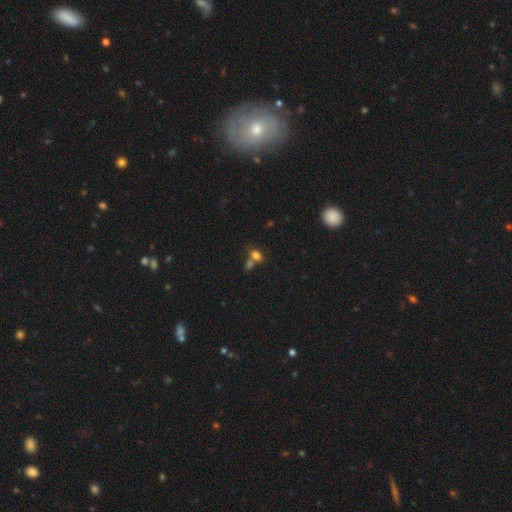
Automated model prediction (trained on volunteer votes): This is likely a smooth galaxy (75%). How rounded: likely in between (71%). Merging: marginally merger (44%).